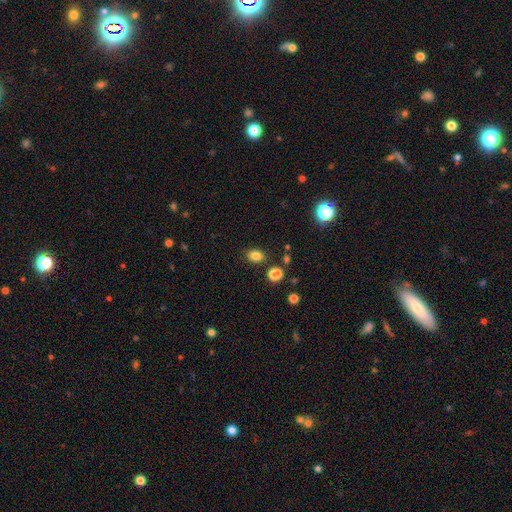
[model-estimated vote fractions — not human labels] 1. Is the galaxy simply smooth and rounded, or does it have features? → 82% smooth, 13% star or artifact, 5% featured or disk.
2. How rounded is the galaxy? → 62% in between, 37% round, 1% cigar-shaped.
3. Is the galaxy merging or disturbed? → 82% none, 10% minor disturbance, 5% merger, 3% major disturbance.